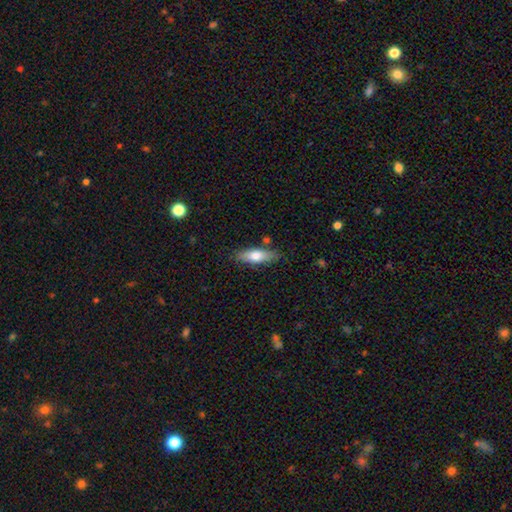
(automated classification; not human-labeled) Q: Smooth or featured?
A: smooth (69%); runner-up: featured or disk (25%)
Q: How rounded?
A: in between (57%); runner-up: cigar-shaped (40%)
Q: Merging?
A: none (80%); runner-up: minor disturbance (14%)